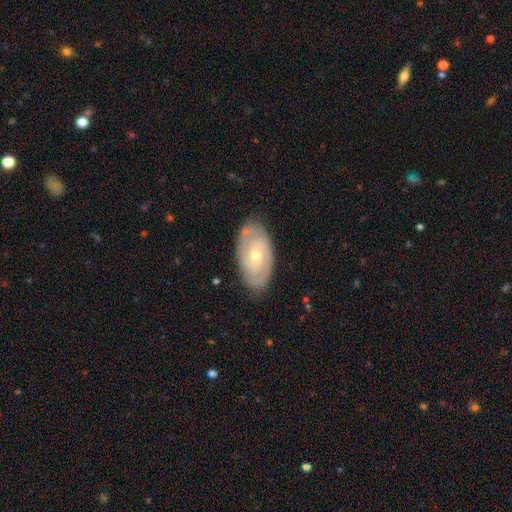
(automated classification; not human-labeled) This is clearly a featured or disk galaxy (80%). It is clearly not viewed edge-on (94%). Bar: possibly no (60%). Spiral arm pattern: clearly yes (91%). Spiral arm count: likely 2 (69%). Spiral winding: likely tight (61%). Central bulge: possibly small (56%). Merging: clearly none (82%).